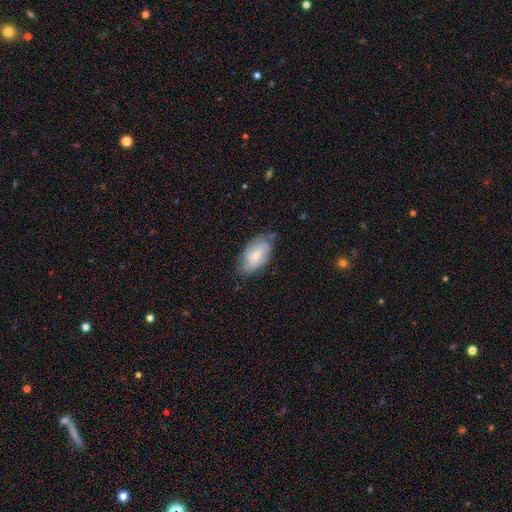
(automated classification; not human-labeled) smooth 54%, featured or disk 39%, star or artifact 7%. Down the decision tree: how rounded — in between (92%); merging — none (60%).